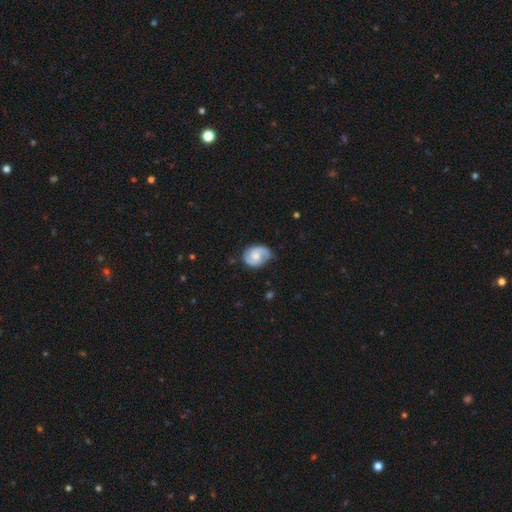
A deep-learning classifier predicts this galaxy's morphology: Overall: featured or disk (74%). Edge-on disk: no (98%). Bar: no (59%; weak 36%). Spiral arms: yes (95%). Spiral arm count: 2 (81%). Spiral winding: medium (47%; tight 35%). Bulge size: moderate (49%; small 38%). Merging: none (67%).